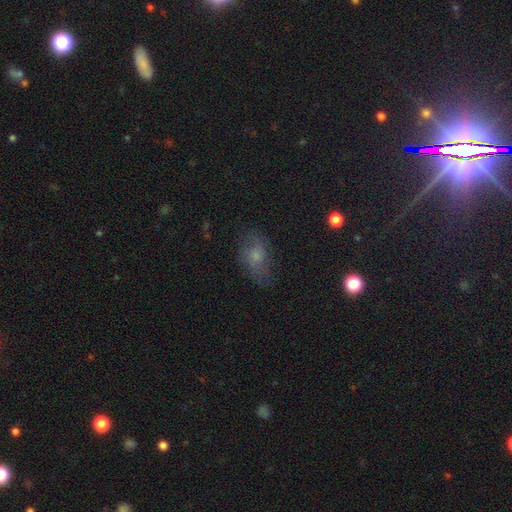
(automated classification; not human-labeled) smooth_or_featured: smooth (p=0.49) [alt: featured or disk p=0.37]
merging: none (p=0.60) [alt: minor disturbance p=0.24]